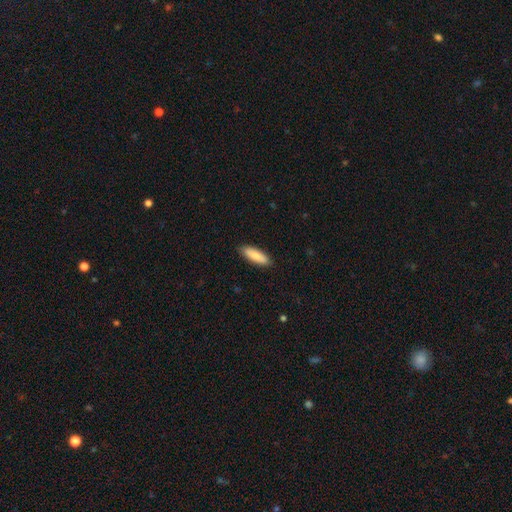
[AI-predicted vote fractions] Smooth or featured?
  - smooth: 84% *
  - featured or disk: 11%
  - star or artifact: 5%
How rounded?
  - in between: 56% *
  - cigar-shaped: 42%
  - round: 2%
Merging?
  - none: 89% *
  - minor disturbance: 9%
  - major disturbance: 2%
  - merger: 1%